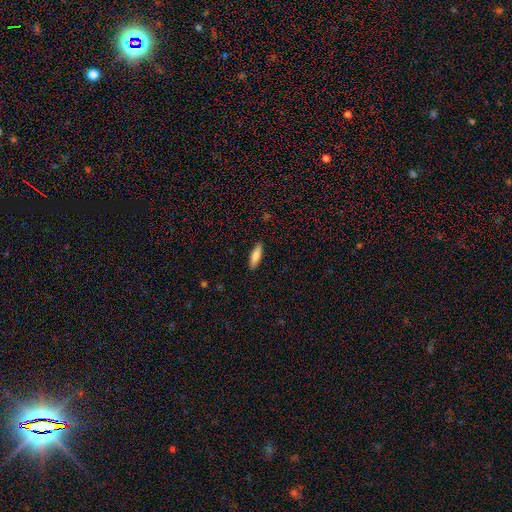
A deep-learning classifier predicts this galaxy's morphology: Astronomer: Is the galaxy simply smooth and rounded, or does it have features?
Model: smooth — 81%.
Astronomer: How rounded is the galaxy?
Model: cigar-shaped — 57% (runner-up: in between, 41%).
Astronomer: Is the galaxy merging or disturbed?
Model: none — 90%.